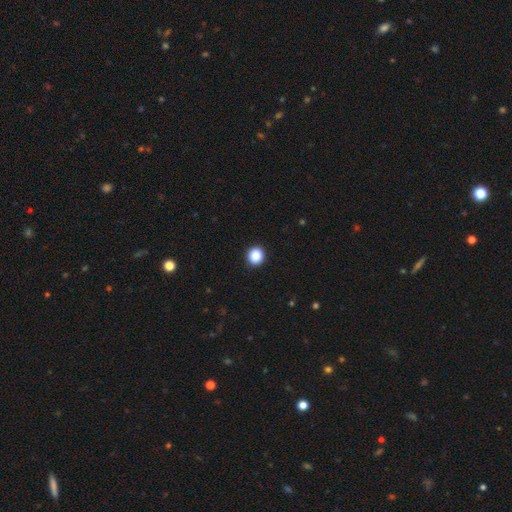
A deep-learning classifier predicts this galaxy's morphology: smooth 87%, star or artifact 10%, featured or disk 3%. Down the decision tree: how rounded — round (89%); merging — none (93%).